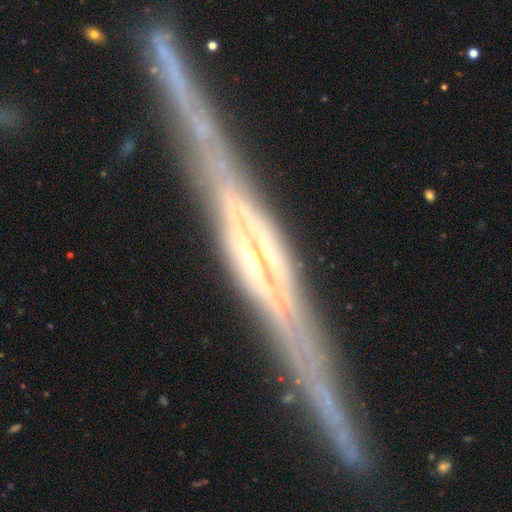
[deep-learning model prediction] Smooth or featured: featured or disk — 89% (star or artifact — 7%)
Edge-on disk: yes — 98% (no — 2%)
Edge-on bulge: boxy — 48% (rounded — 36%)
Merging: none — 90% (minor disturbance — 6%)